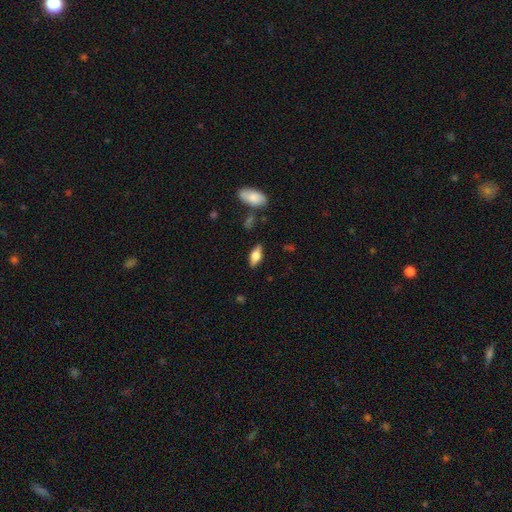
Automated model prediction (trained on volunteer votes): Smooth or featured?
  - smooth: 59% *
  - featured or disk: 33%
  - star or artifact: 8%
How rounded?
  - in between: 80% *
  - cigar-shaped: 17%
  - round: 4%
Merging?
  - none: 84% *
  - minor disturbance: 11%
  - major disturbance: 3%
  - merger: 2%